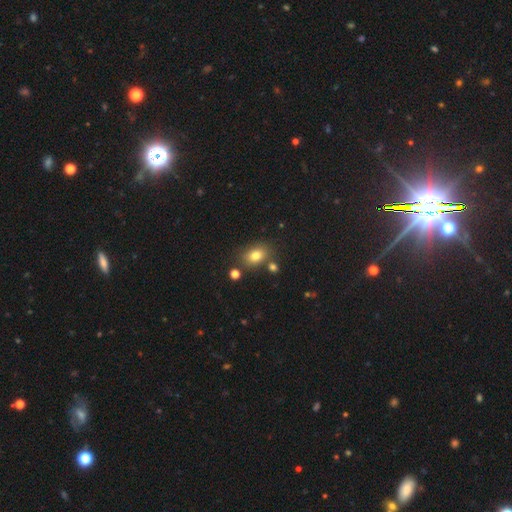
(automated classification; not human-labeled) smooth 79%, star or artifact 12%, featured or disk 9%. Down the decision tree: how rounded — in between (70%); merging — none (75%).